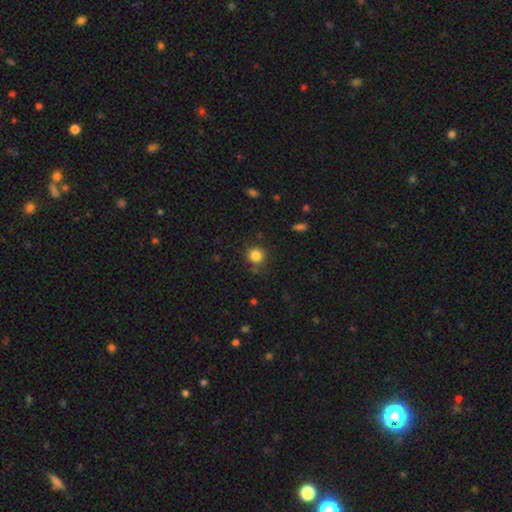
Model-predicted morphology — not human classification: Q: Smooth or featured?
A: smooth (83%); runner-up: star or artifact (12%)
Q: How rounded?
A: round (93%); runner-up: in between (6%)
Q: Merging?
A: none (84%); runner-up: minor disturbance (9%)